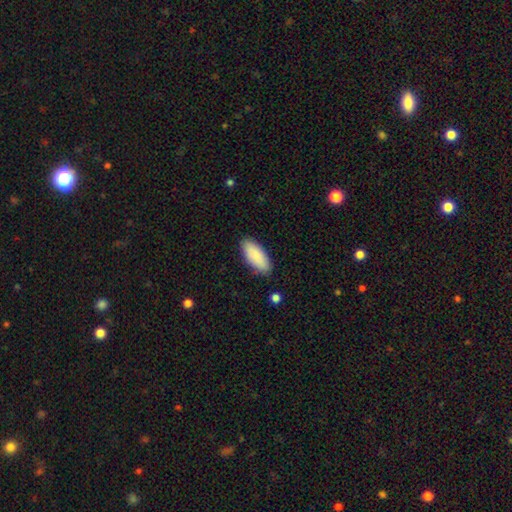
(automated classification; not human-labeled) Smooth or featured? Predicted: smooth (p=0.87). How rounded? Predicted: in between (p=0.83). Merging? Predicted: none (p=0.86).